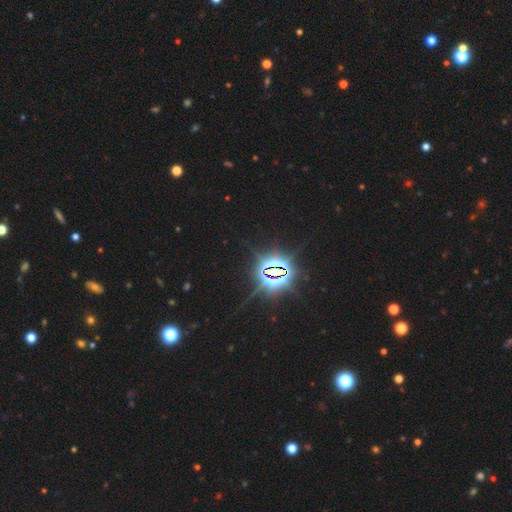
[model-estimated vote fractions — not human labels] This appears to be a star or artifact, not a galaxy (85%).